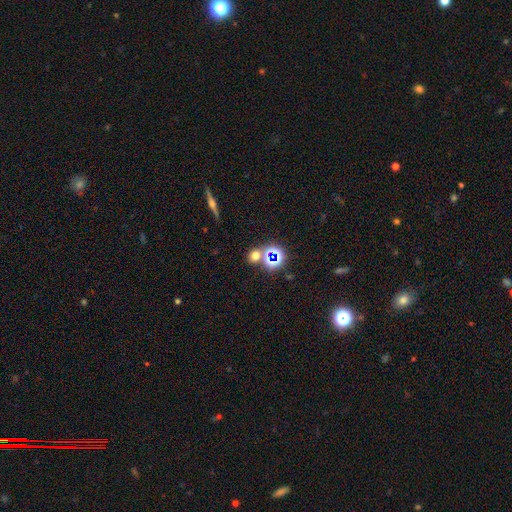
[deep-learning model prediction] This appears to be a smooth galaxy with no disk features (56%) that is round (71%). Merging: none (69%).